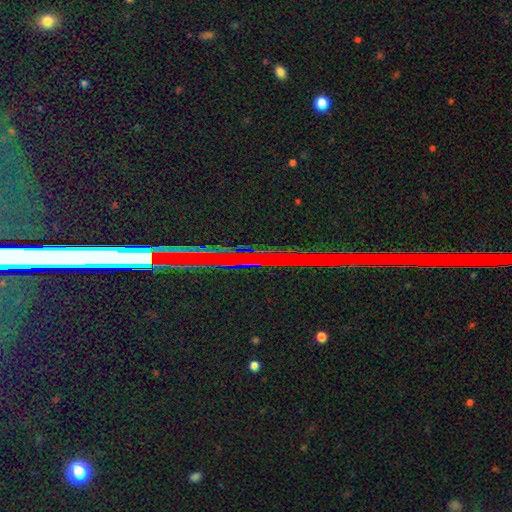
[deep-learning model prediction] Morphology: type=star or artifact (79%).